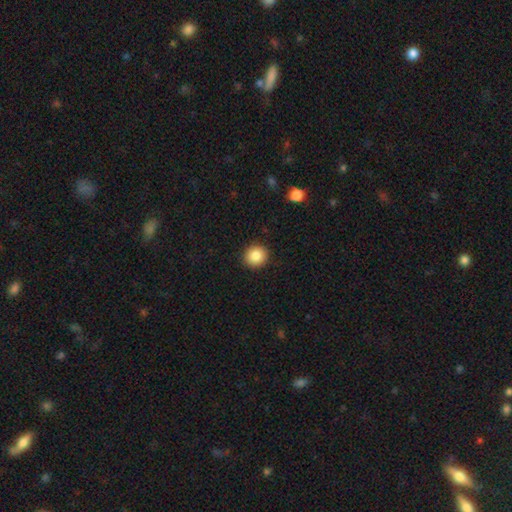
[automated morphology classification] smooth-or-featured: smooth: 86% | star or artifact: 9% | featured or disk: 5%
  how-rounded: round: 90% | in between: 9% | cigar-shaped: 1%
  merging: none: 92% | minor disturbance: 5% | major disturbance: 2% | merger: 1%